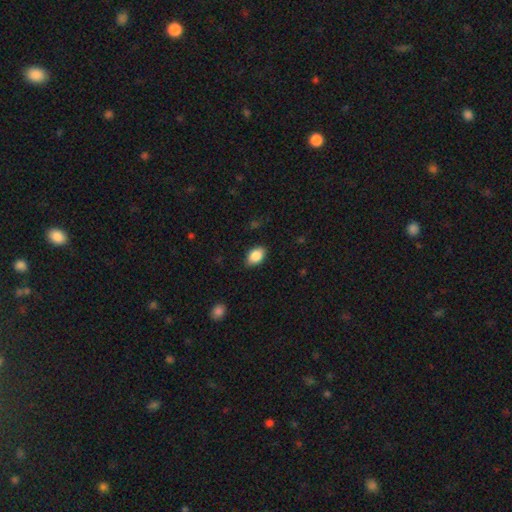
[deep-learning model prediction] Q: Smooth or featured?
A: smooth (87%); runner-up: star or artifact (7%)
Q: How rounded?
A: in between (88%); runner-up: round (10%)
Q: Merging?
A: none (85%); runner-up: minor disturbance (11%)